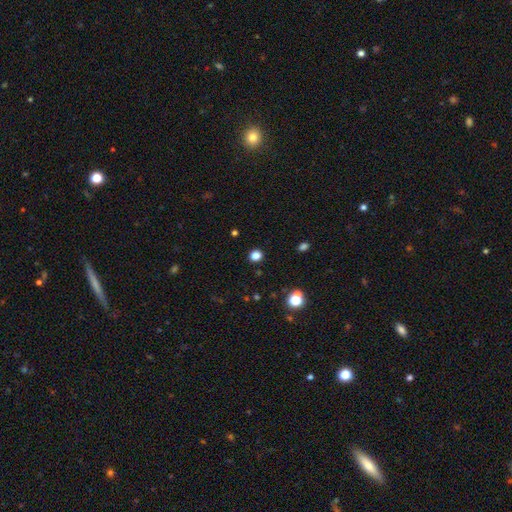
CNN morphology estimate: This is clearly a smooth galaxy (80%). How rounded: clearly round (83%). Merging: clearly none (90%).